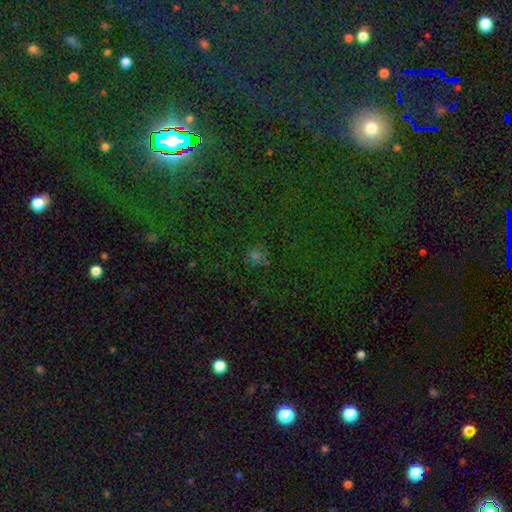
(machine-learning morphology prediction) Overall: smooth (47%; star or artifact 44%). Merging: none (75%).